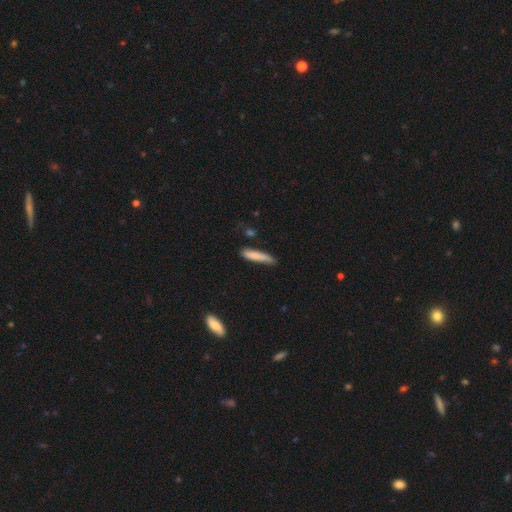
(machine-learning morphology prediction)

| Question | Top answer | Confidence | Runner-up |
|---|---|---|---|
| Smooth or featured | smooth | 81% | featured or disk (13%) |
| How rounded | cigar-shaped | 88% | in between (10%) |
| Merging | none | 66% | minor disturbance (26%) |